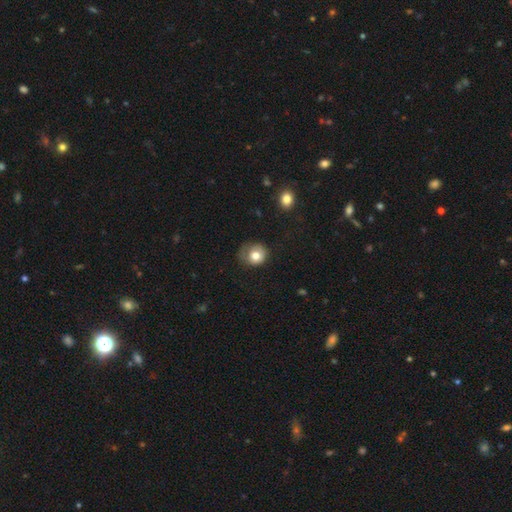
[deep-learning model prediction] Q: Smooth or featured?
A: smooth (75%); runner-up: featured or disk (16%)
Q: How rounded?
A: round (80%); runner-up: in between (19%)
Q: Merging?
A: none (50%); runner-up: minor disturbance (30%)